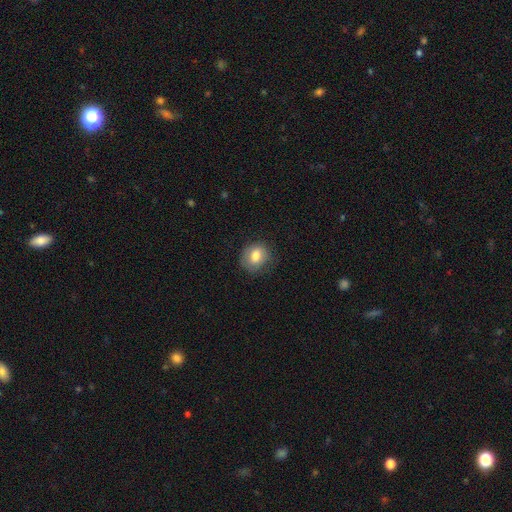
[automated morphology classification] Smooth or featured: smooth — 78% (featured or disk — 14%)
How rounded: round — 56% (in between — 43%)
Merging: none — 75% (minor disturbance — 18%)